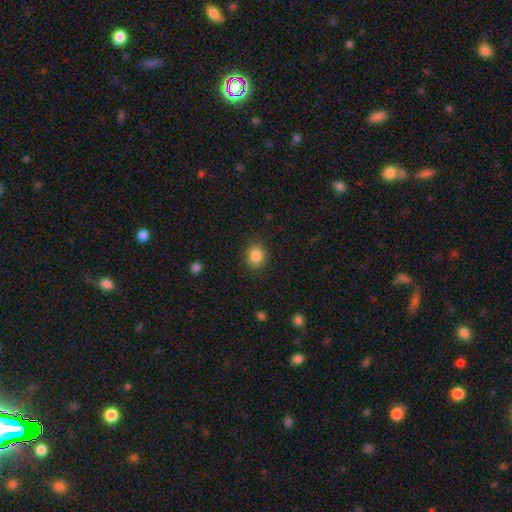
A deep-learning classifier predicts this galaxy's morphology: The model was most divided on "how rounded": round: 55%, in between: 44%, cigar-shaped: 1%. More confident: smooth or featured — smooth (87%); merging — none (86%).